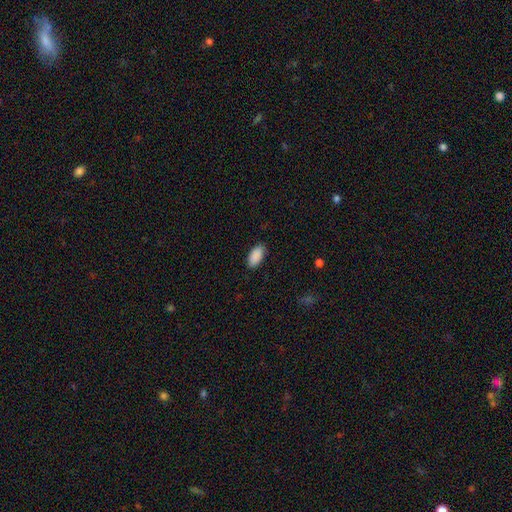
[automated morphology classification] smooth-or-featured: smooth: 91% | star or artifact: 6% | featured or disk: 3%
  how-rounded: in between: 94% | cigar-shaped: 4% | round: 2%
  merging: none: 87% | minor disturbance: 10% | major disturbance: 2% | merger: 1%